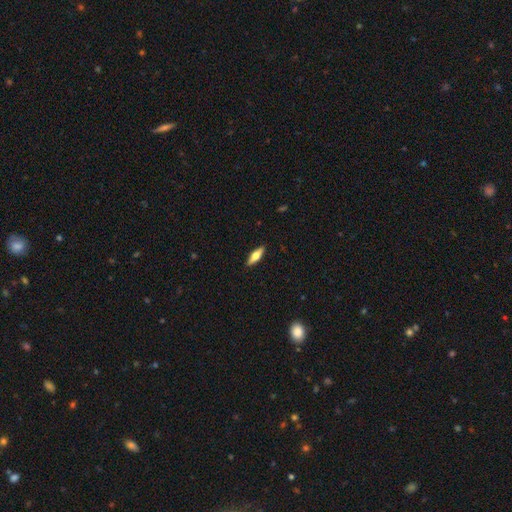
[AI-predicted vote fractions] This appears to be a smooth galaxy with no disk features (58%) that is in between round and cigar-shaped (52%). Merging: none (90%).